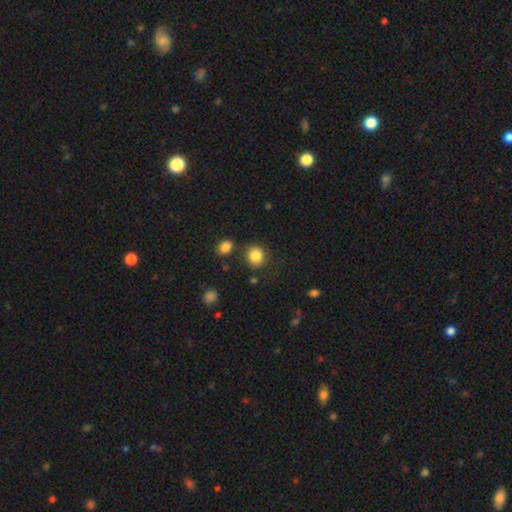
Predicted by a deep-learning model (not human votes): Smooth or featured: smooth — 85% (star or artifact — 10%)
How rounded: round — 82% (in between — 17%)
Merging: none — 79% (minor disturbance — 11%)